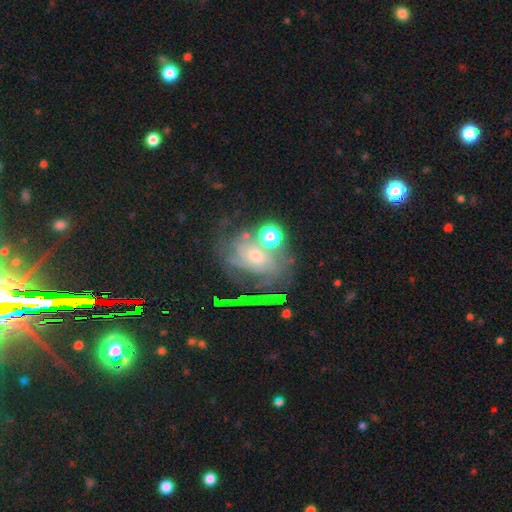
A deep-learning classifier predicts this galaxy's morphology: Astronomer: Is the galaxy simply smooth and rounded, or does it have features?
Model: featured or disk — 77%.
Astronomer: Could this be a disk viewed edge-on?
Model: no — 97%.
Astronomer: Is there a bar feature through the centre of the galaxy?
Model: no — 68%.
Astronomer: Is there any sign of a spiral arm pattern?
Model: yes — 90%.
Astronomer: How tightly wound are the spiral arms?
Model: tight — 47% (runner-up: medium, 36%).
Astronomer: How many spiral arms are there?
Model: can't tell — 34% (runner-up: 2, 26%).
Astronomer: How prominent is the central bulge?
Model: small — 59%.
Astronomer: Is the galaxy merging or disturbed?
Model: none — 41% (runner-up: major disturbance, 30%).